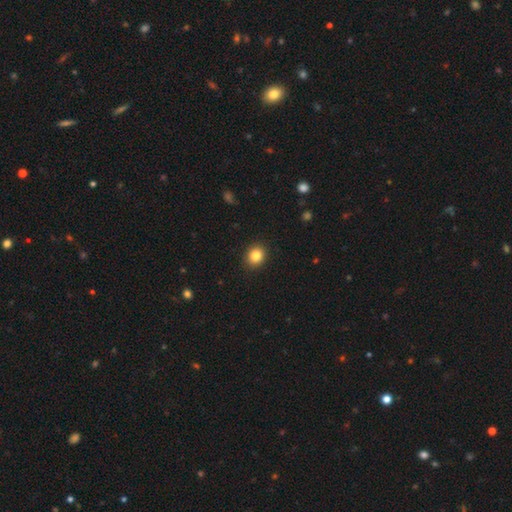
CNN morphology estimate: Smooth or featured?
  - smooth: 84% *
  - star or artifact: 10%
  - featured or disk: 6%
How rounded?
  - round: 73% *
  - in between: 26%
  - cigar-shaped: 1%
Merging?
  - none: 91% *
  - minor disturbance: 6%
  - major disturbance: 2%
  - merger: 1%